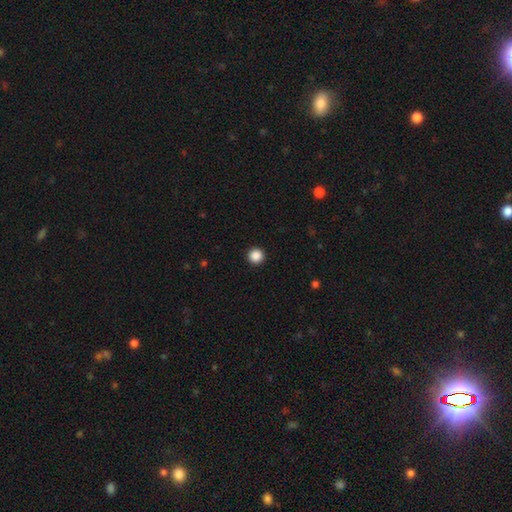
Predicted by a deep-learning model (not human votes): Morphology: type=smooth (88%); roundness=round (96%); merging=none (94%).